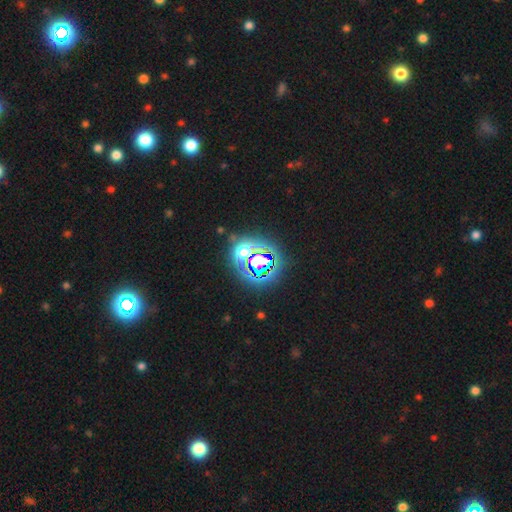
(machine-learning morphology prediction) star or artifact 66%, smooth 20%, featured or disk 14%.